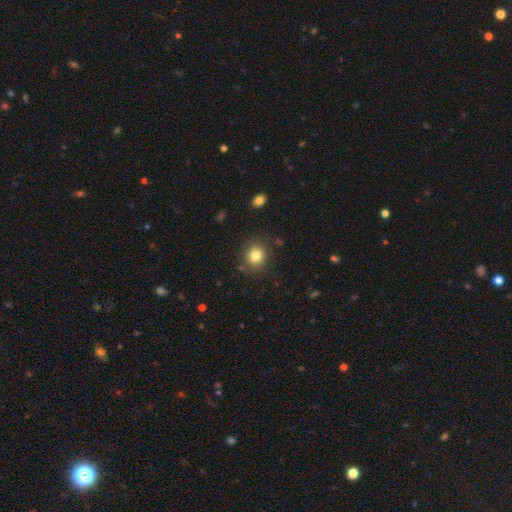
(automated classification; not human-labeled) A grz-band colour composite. It shows a smooth galaxy with no disk features (82%) that is round (80%). Merging: none (86%).